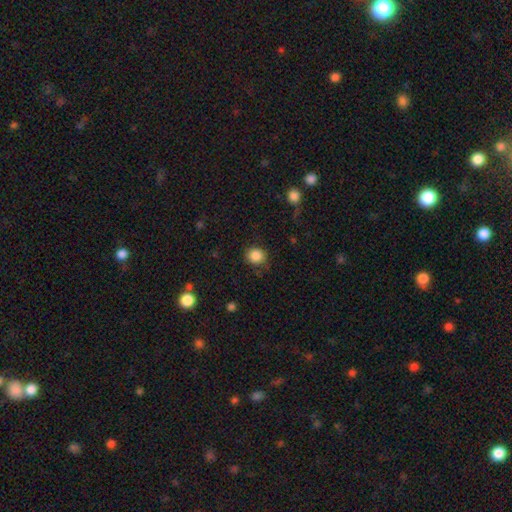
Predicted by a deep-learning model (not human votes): A smooth galaxy with no disk features (87%) that is round (81%). Merging: none (79%).